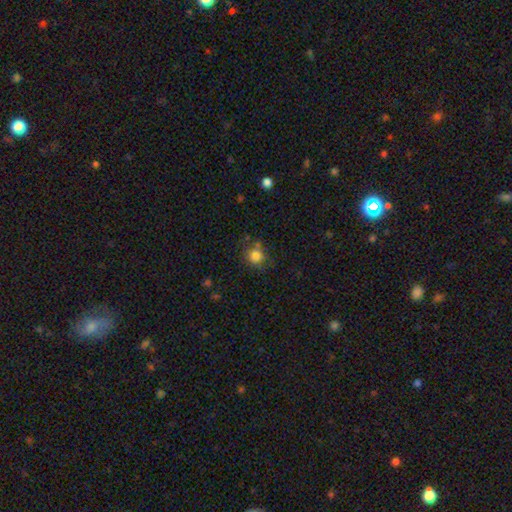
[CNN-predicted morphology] The model was most divided on "merging": none: 66%, minor disturbance: 19%, merger: 8%, major disturbance: 7%. More confident: how rounded — round (84%); smooth or featured — smooth (81%).